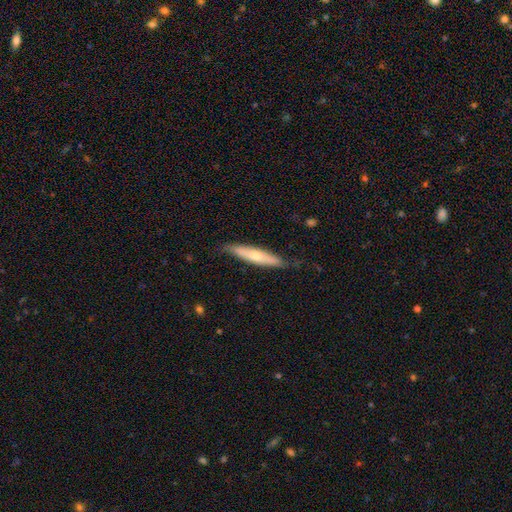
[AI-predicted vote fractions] The model was most divided on "smooth or featured": smooth: 54%, featured or disk: 41%, star or artifact: 5%. More confident: how rounded — cigar-shaped (85%); merging — none (78%).